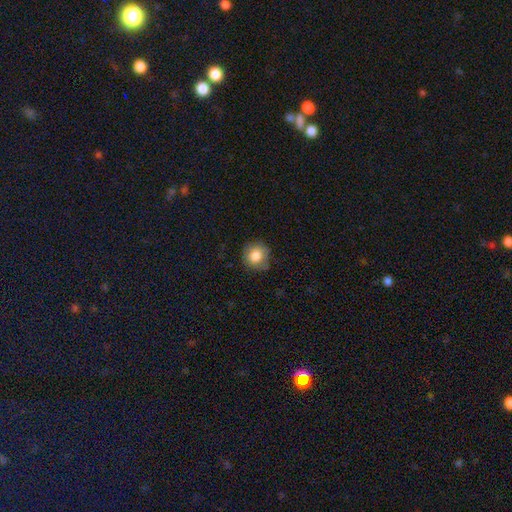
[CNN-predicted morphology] Overall: smooth (83%). How rounded: round (90%). Merging: none (79%).